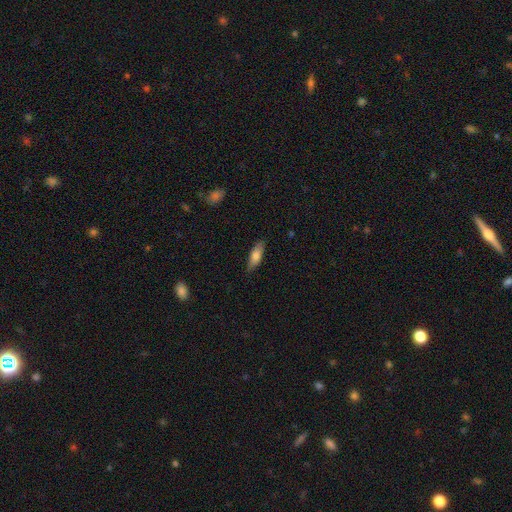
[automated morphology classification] Smooth or featured?
  - smooth: 71% *
  - featured or disk: 22%
  - star or artifact: 7%
How rounded?
  - in between: 53% *
  - cigar-shaped: 44%
  - round: 2%
Merging?
  - none: 83% *
  - minor disturbance: 13%
  - major disturbance: 2%
  - merger: 1%